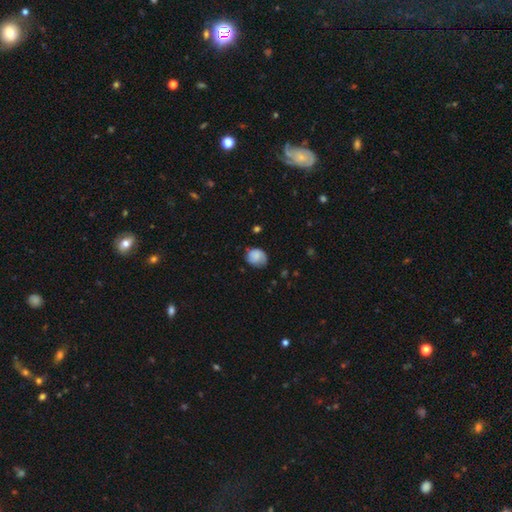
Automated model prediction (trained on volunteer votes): Overall: smooth (75%). How rounded: round (67%; in between 32%). Merging: none (60%; minor disturbance 31%).